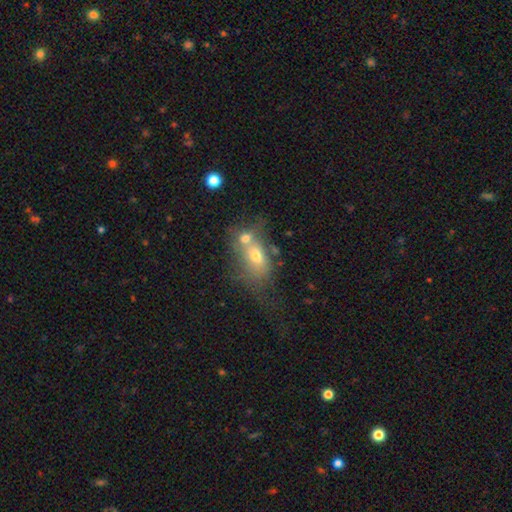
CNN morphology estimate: A smooth galaxy with no disk features (60%) that is in between round and cigar-shaped (71%).

Vote fractions:
- Smooth or featured? smooth: 60% / featured or disk: 27% / star or artifact: 12%
- How rounded? in between: 71% / round: 24% / cigar-shaped: 5%
- Merging? merger: 54% / none: 23% / minor disturbance: 12% / major disturbance: 11%